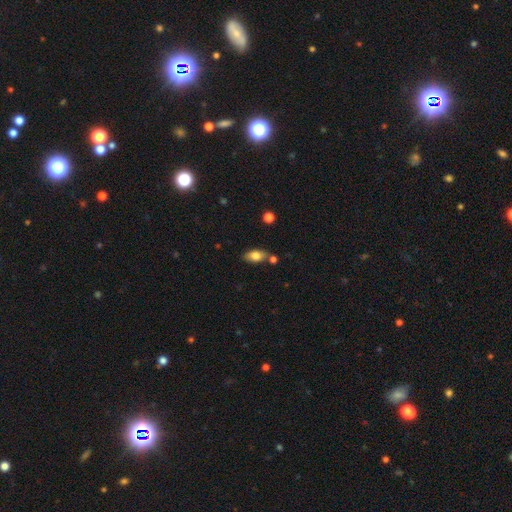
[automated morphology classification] type=smooth (78%); roundness=in between (88%); merging=none (67%).